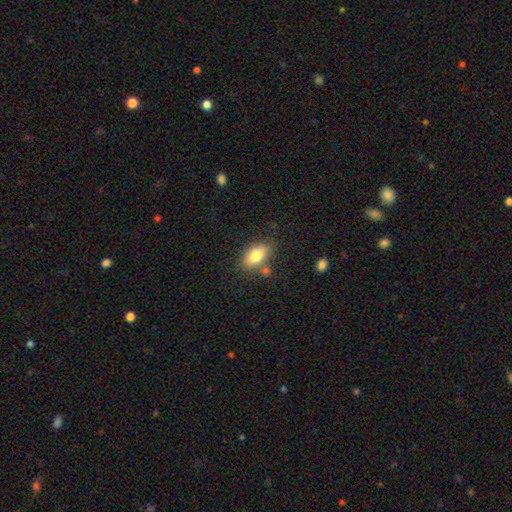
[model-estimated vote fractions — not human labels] A smooth galaxy with no disk features (78%) that is in between round and cigar-shaped (88%). Merging: none (70%).